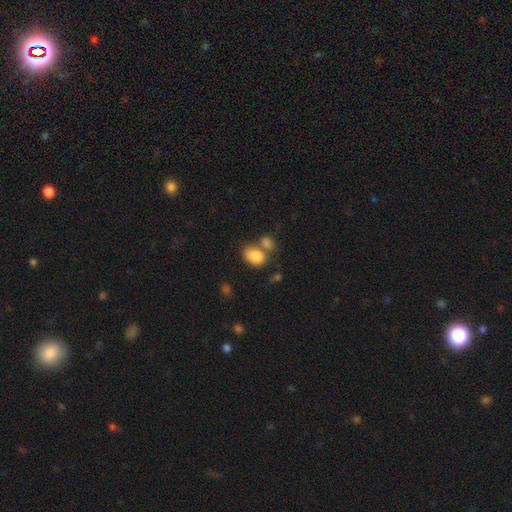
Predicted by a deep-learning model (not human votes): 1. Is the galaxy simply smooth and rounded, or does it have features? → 84% smooth, 8% star or artifact, 8% featured or disk.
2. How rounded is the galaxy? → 74% in between, 25% round, 1% cigar-shaped.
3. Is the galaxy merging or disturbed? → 42% none, 39% merger, 13% minor disturbance, 6% major disturbance.